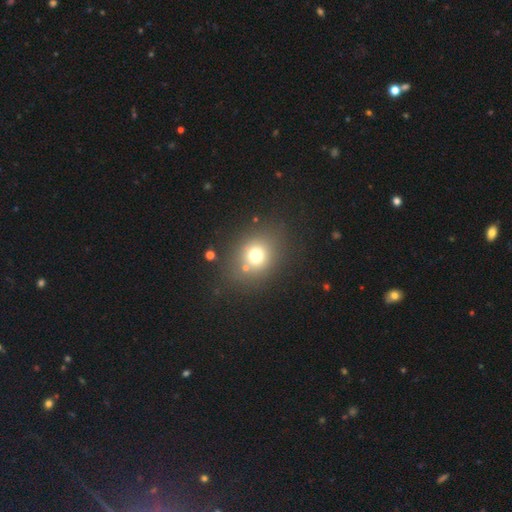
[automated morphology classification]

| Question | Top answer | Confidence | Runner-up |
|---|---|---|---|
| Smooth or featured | smooth | 71% | star or artifact (18%) |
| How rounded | round | 69% | in between (30%) |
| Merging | none | 75% | minor disturbance (11%) |